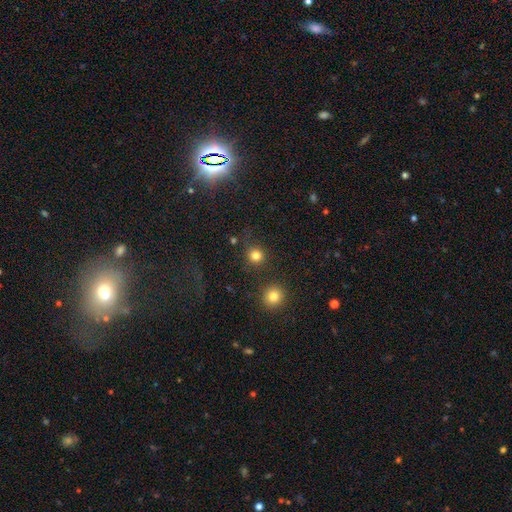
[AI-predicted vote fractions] smooth 80%, star or artifact 15%, featured or disk 5%. Down the decision tree: how rounded — round (93%); merging — none (80%).